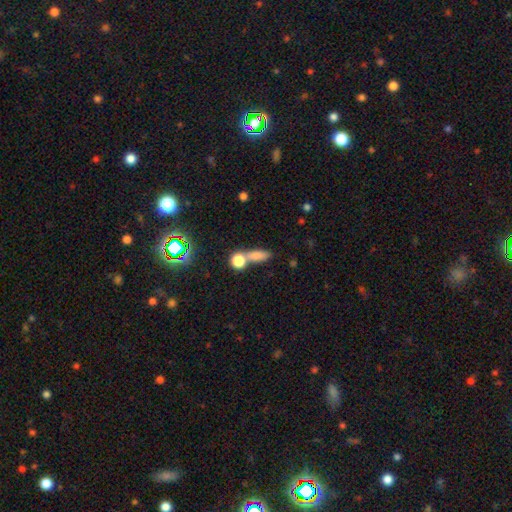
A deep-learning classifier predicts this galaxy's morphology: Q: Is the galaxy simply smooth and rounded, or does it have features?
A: smooth — 74%.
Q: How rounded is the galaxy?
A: in between — 50%.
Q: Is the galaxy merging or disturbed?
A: none — 48%.